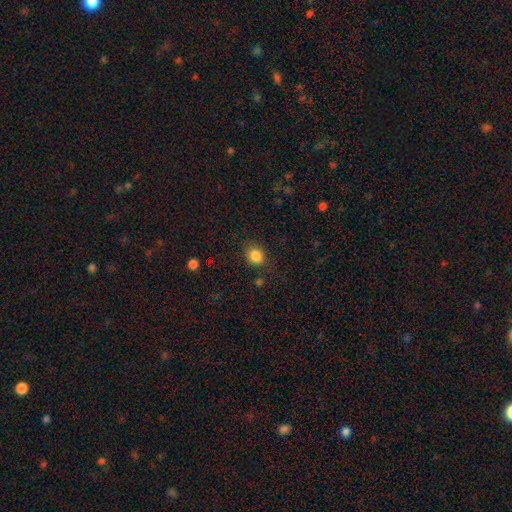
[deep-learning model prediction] Q: Smooth or featured?
A: smooth (84%); runner-up: star or artifact (11%)
Q: How rounded?
A: round (72%); runner-up: in between (27%)
Q: Merging?
A: none (82%); runner-up: minor disturbance (12%)